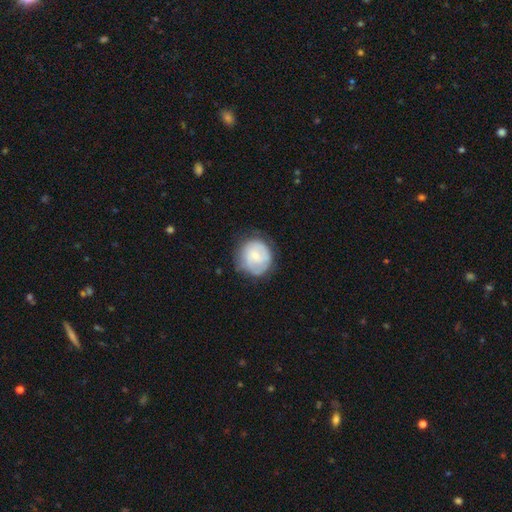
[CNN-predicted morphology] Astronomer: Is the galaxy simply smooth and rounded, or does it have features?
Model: smooth — 59% (runner-up: featured or disk, 35%).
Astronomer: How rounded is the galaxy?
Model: round — 88%.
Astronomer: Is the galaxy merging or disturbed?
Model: none — 68%.